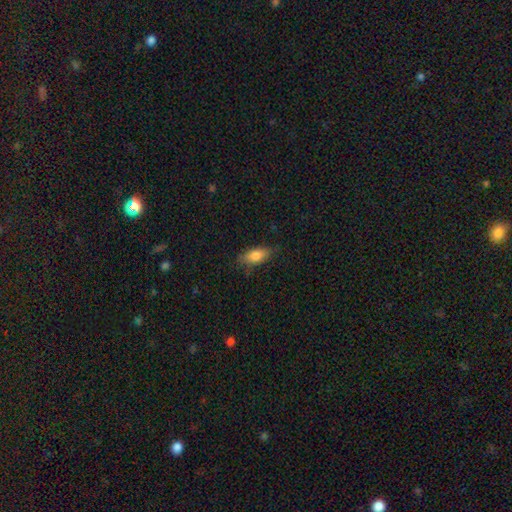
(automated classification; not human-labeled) smooth_or_featured: smooth (p=0.80) [alt: featured or disk p=0.13]
how_rounded: in between (p=0.83) [alt: cigar-shaped p=0.14]
merging: none (p=0.77) [alt: minor disturbance p=0.18]